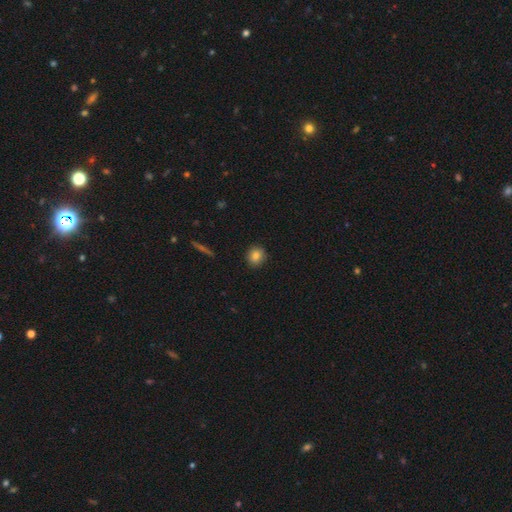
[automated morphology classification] smooth 83%, star or artifact 10%, featured or disk 8%. Down the decision tree: how rounded — round (84%); merging — none (90%).